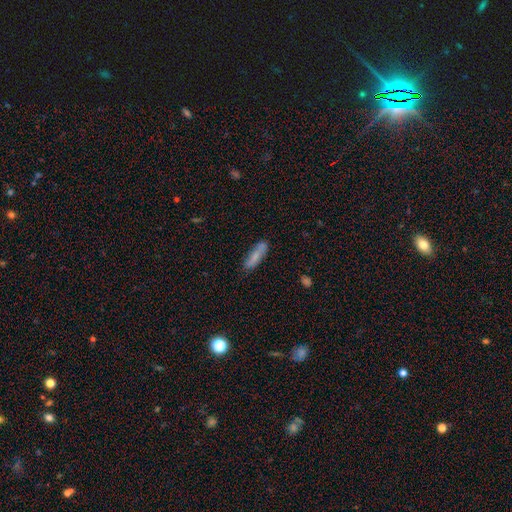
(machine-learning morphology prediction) A smooth galaxy with no disk features (75%) that is cigar-shaped (62%). Merging: none (73%).